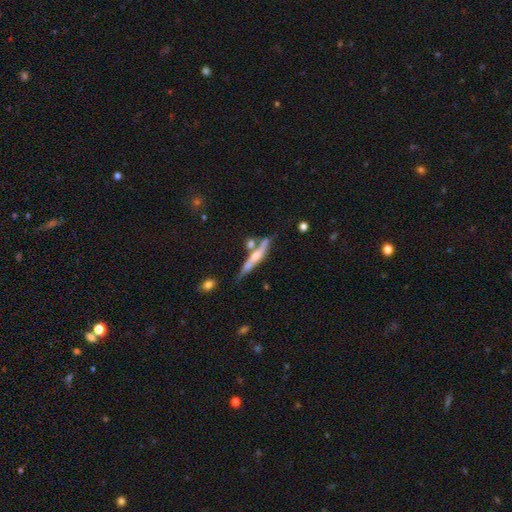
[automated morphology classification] Smooth or featured? Predicted: featured or disk (p=0.59). Edge-on disk? Predicted: yes (p=0.91). Edge-on bulge? Predicted: rounded (p=0.77). Merging? Predicted: none (p=0.61).